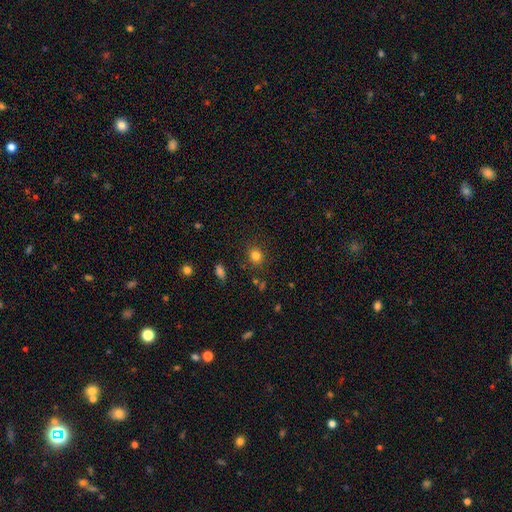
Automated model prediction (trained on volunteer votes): Q: Smooth or featured?
A: smooth (81%); runner-up: star or artifact (13%)
Q: How rounded?
A: round (73%); runner-up: in between (26%)
Q: Merging?
A: none (85%); runner-up: minor disturbance (10%)